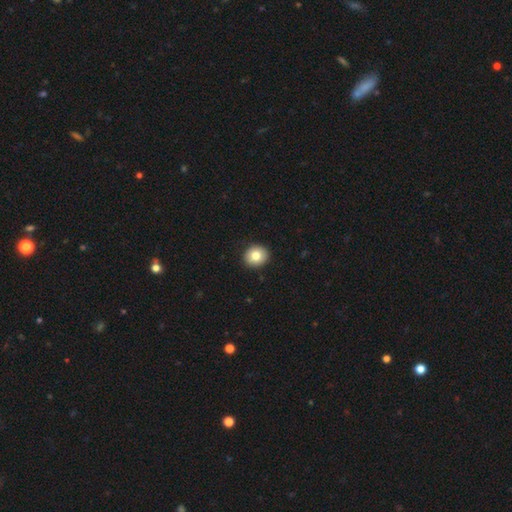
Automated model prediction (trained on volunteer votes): This appears to be a smooth galaxy with no disk features (81%) that is round (76%). Merging: none (91%).